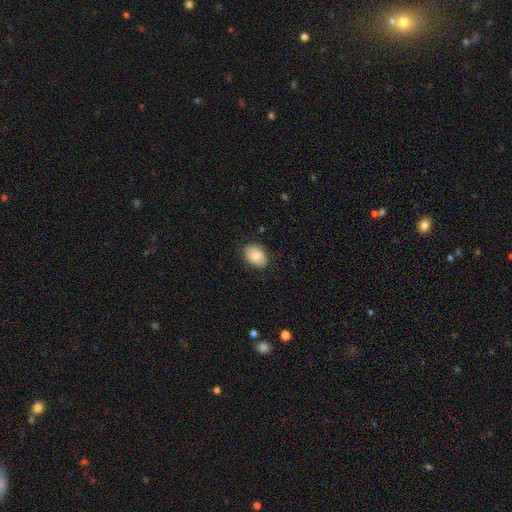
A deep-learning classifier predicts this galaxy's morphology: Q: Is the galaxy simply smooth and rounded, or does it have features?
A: smooth — 80%.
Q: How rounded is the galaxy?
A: in between — 81%.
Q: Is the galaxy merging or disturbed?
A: none — 83%.